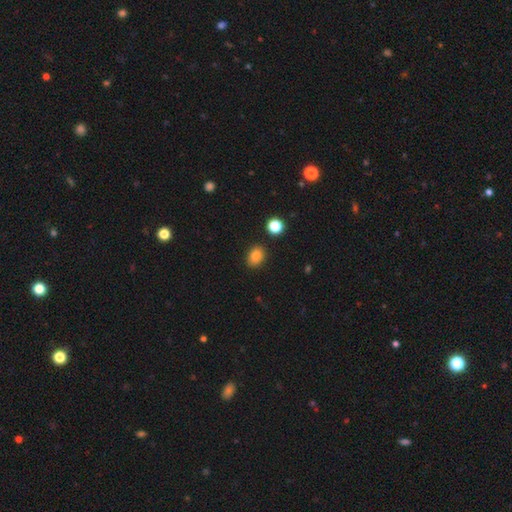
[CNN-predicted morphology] smooth-or-featured: smooth: 84% | star or artifact: 11% | featured or disk: 5%
  how-rounded: in between: 63% | round: 36% | cigar-shaped: 1%
  merging: none: 86% | minor disturbance: 9% | merger: 2% | major disturbance: 2%